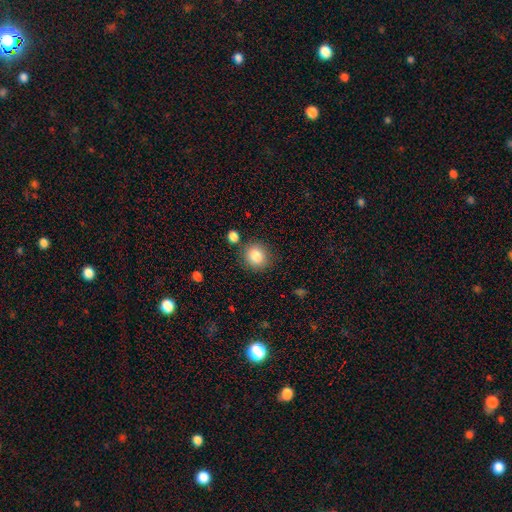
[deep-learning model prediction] Smooth or featured: smooth — 85% (star or artifact — 9%)
How rounded: round — 84% (in between — 15%)
Merging: none — 82% (minor disturbance — 10%)